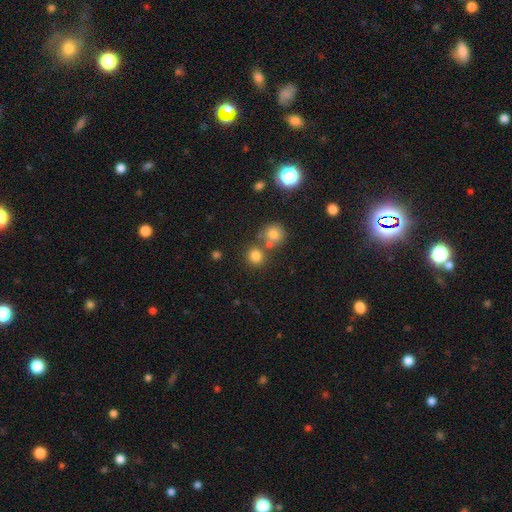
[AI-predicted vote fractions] Smooth or featured?
  - smooth: 79% *
  - star or artifact: 14%
  - featured or disk: 7%
How rounded?
  - round: 85% *
  - in between: 14%
  - cigar-shaped: 1%
Merging?
  - none: 64% *
  - merger: 25%
  - minor disturbance: 8%
  - major disturbance: 3%